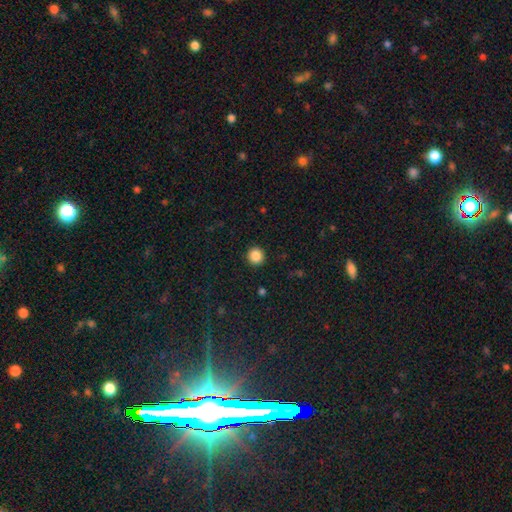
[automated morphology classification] Q: Smooth or featured?
A: smooth (87%); runner-up: star or artifact (10%)
Q: How rounded?
A: round (94%); runner-up: in between (5%)
Q: Merging?
A: none (93%); runner-up: minor disturbance (5%)